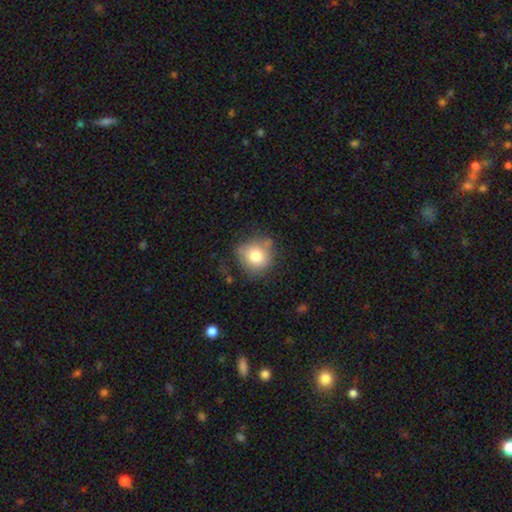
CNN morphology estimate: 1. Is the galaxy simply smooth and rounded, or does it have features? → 78% smooth, 13% featured or disk, 9% star or artifact.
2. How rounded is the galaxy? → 79% round, 20% in between, 1% cigar-shaped.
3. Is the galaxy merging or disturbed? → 59% none, 28% minor disturbance, 9% major disturbance, 4% merger.